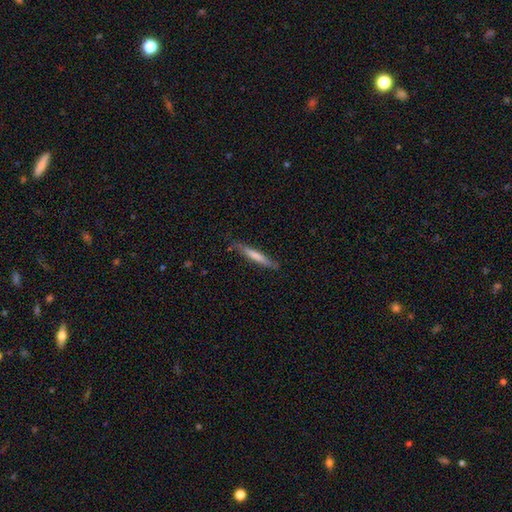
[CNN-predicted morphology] smooth 66%, featured or disk 28%, star or artifact 5%. Down the decision tree: how rounded — cigar-shaped (94%); merging — none (81%).